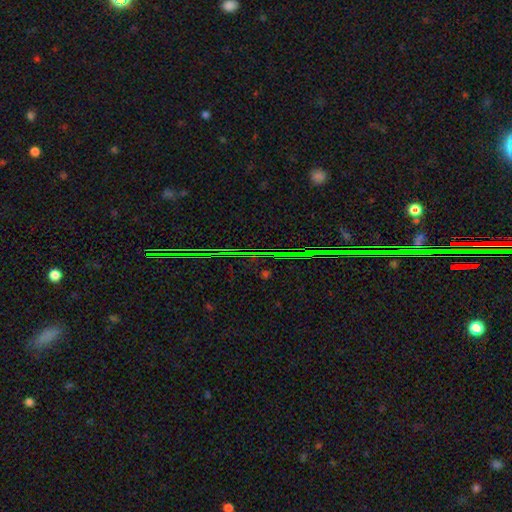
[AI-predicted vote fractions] A star or artifact, not a galaxy (82%).